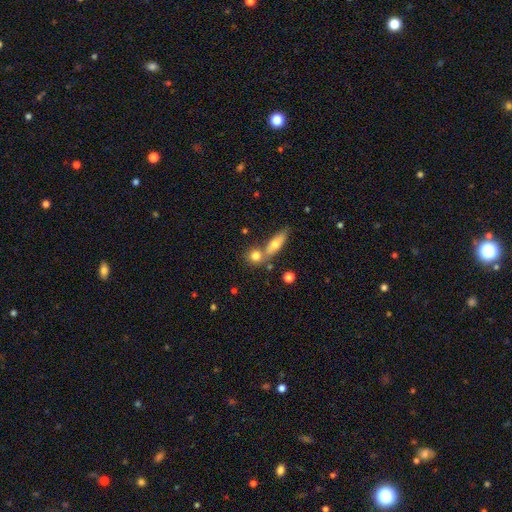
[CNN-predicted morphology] A smooth galaxy with no disk features (75%) that is round (59%).

Vote fractions:
- Smooth or featured? smooth: 75% / featured or disk: 15% / star or artifact: 10%
- How rounded? round: 59% / in between: 29% / cigar-shaped: 12%
- Merging? none: 51% / merger: 36% / minor disturbance: 9% / major disturbance: 3%